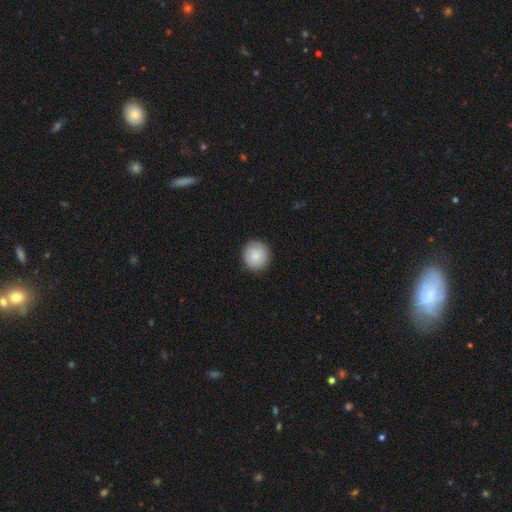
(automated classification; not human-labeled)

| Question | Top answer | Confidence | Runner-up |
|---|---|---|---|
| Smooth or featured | smooth | 87% | star or artifact (7%) |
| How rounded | round | 92% | in between (7%) |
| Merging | none | 91% | minor disturbance (7%) |